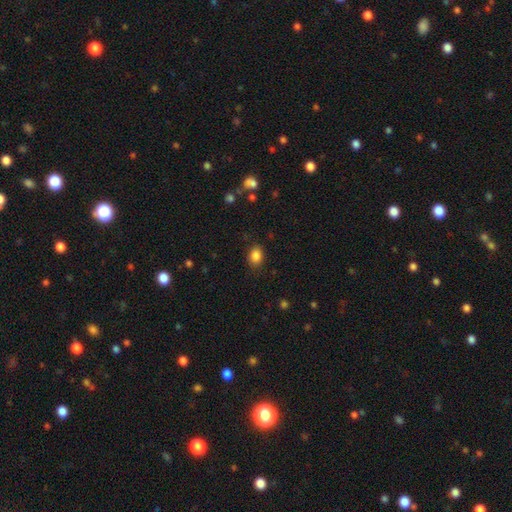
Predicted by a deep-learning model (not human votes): A smooth galaxy with no disk features (86%) that is in between round and cigar-shaped (69%). Merging: none (85%).